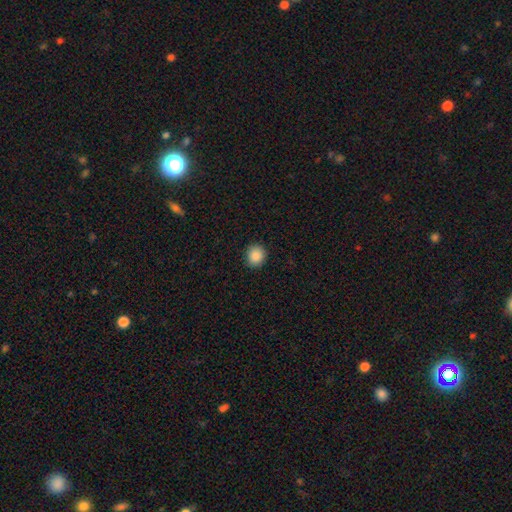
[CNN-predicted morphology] A smooth galaxy with no disk features (87%) that is round (85%).

Vote fractions:
- Smooth or featured? smooth: 87% / star or artifact: 9% / featured or disk: 4%
- How rounded? round: 85% / in between: 15% / cigar-shaped: 1%
- Merging? none: 91% / minor disturbance: 6% / major disturbance: 2% / merger: 1%